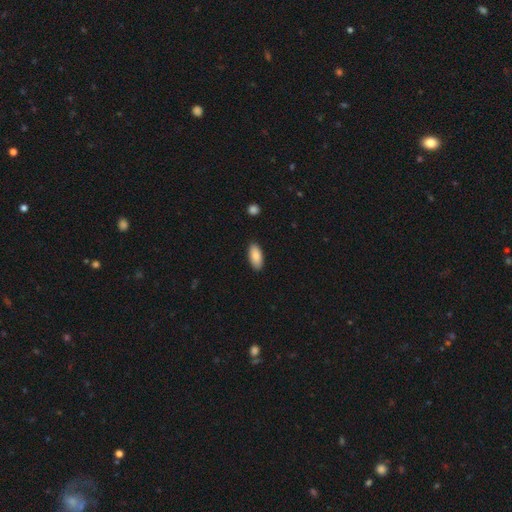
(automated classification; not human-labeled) Q: Smooth or featured?
A: smooth (88%); runner-up: featured or disk (6%)
Q: How rounded?
A: in between (90%); runner-up: cigar-shaped (8%)
Q: Merging?
A: none (89%); runner-up: minor disturbance (8%)